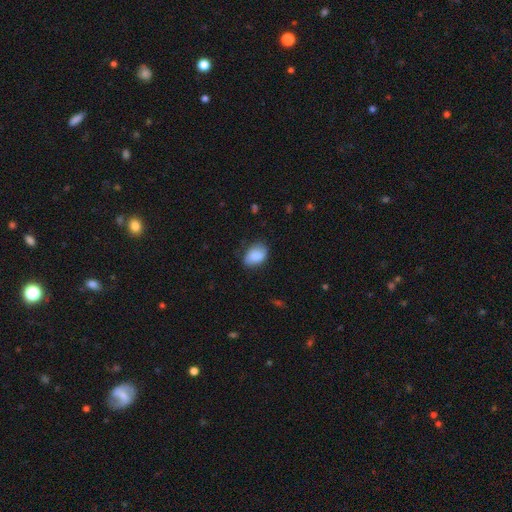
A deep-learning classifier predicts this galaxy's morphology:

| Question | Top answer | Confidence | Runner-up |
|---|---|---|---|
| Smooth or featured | smooth | 86% | star or artifact (7%) |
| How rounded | in between | 82% | round (16%) |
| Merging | none | 68% | minor disturbance (25%) |